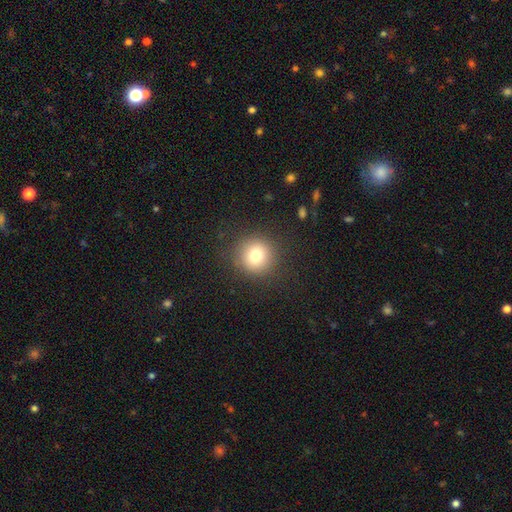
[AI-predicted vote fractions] smooth 77%, star or artifact 13%, featured or disk 10%. Down the decision tree: how rounded — round (93%); merging — none (89%).